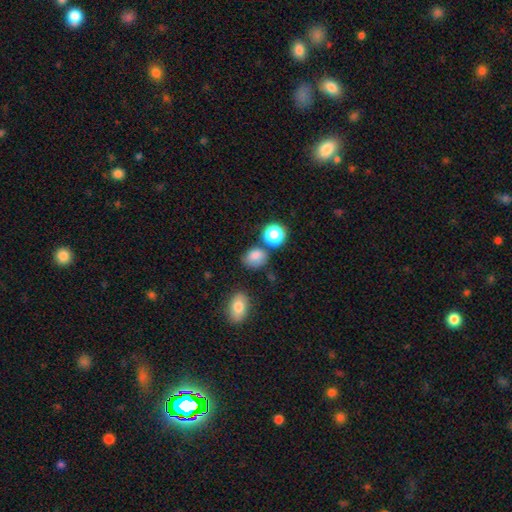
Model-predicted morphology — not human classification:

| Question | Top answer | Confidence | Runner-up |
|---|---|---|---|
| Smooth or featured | smooth | 81% | star or artifact (12%) |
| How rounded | in between | 55% | round (44%) |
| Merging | none | 62% | minor disturbance (20%) |